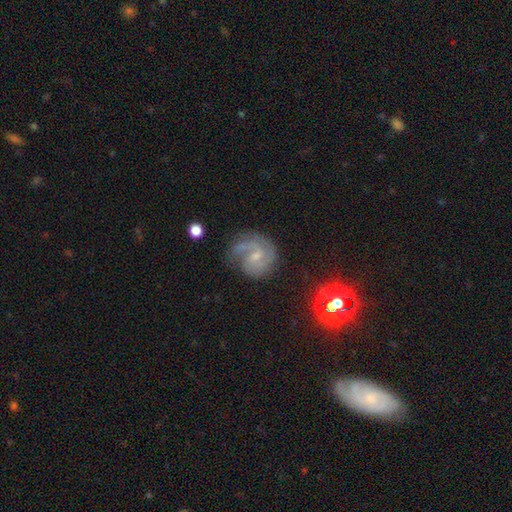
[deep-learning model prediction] smooth_or_featured: featured or disk (p=0.80) [alt: smooth p=0.12]
disk_edge_on: no (p=0.98) [alt: yes p=0.02]
bar: weak (p=0.50) [alt: no p=0.40]
has_spiral_arms: yes (p=0.96) [alt: no p=0.04]
spiral_winding: medium (p=0.48) [alt: tight p=0.36]
spiral_arm_count: 2 (p=0.48) [alt: 3 p=0.16]
bulge_size: small (p=0.63) [alt: moderate p=0.25]
merging: none (p=0.63) [alt: minor disturbance p=0.21]